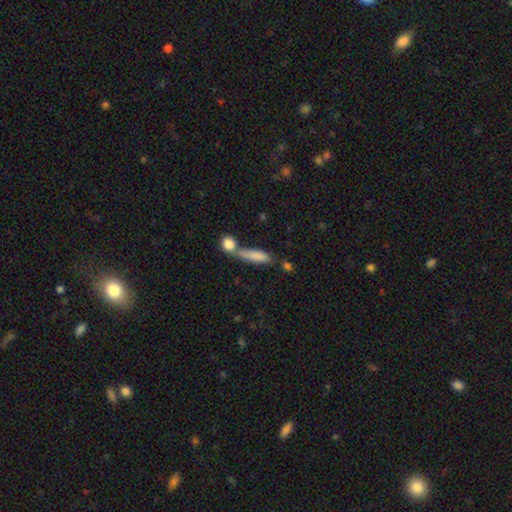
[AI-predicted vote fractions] Morphology: type=smooth (80%); roundness=cigar-shaped (59%); merging=none (43%).